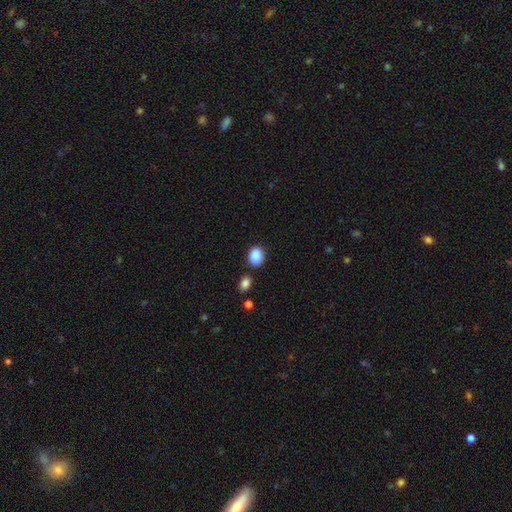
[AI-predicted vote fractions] The model was most divided on "how rounded": in between: 52%, round: 47%, cigar-shaped: 1%. More confident: smooth or featured — smooth (89%); merging — none (80%).